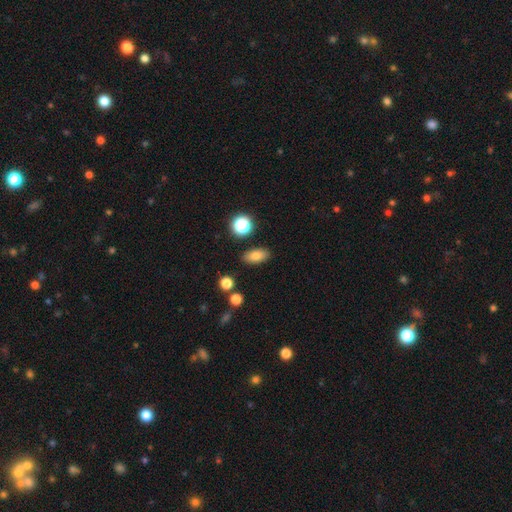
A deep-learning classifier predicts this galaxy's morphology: smooth-or-featured: smooth: 78% | star or artifact: 11% | featured or disk: 10%
  how-rounded: in between: 84% | round: 9% | cigar-shaped: 7%
  merging: none: 86% | minor disturbance: 9% | merger: 3% | major disturbance: 2%